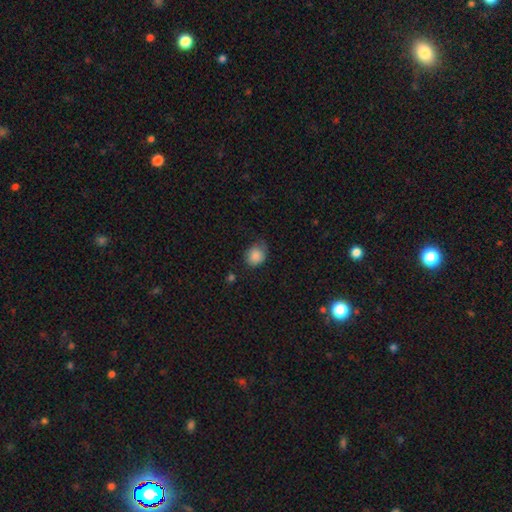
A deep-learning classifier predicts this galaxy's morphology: type=smooth (85%); roundness=round (67%); merging=none (56%).